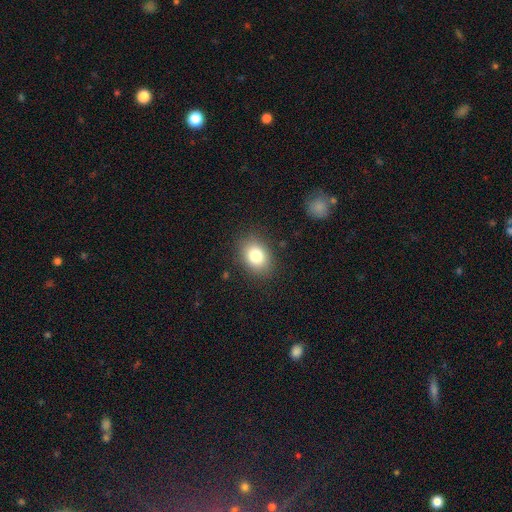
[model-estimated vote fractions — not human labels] This appears to be a smooth galaxy with no disk features (81%) that is in between round and cigar-shaped (60%). Merging: none (86%).